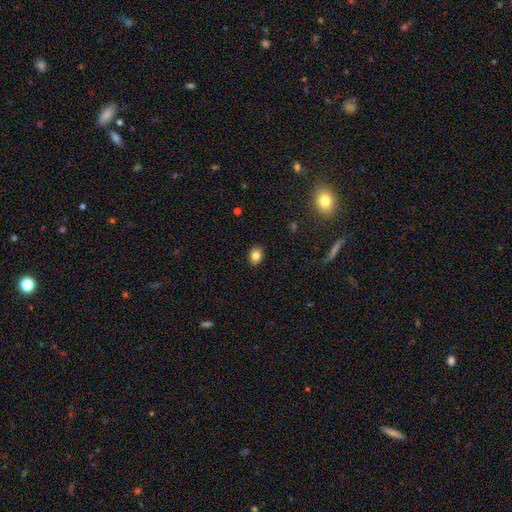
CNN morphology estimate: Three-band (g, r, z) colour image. It shows a smooth galaxy with no disk features (82%) that is in between round and cigar-shaped (55%). Merging: none (90%).